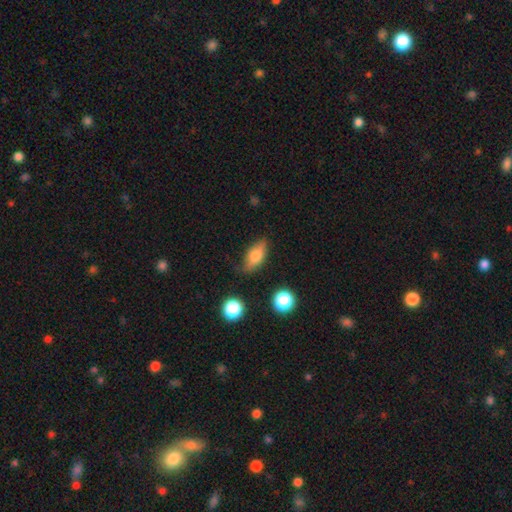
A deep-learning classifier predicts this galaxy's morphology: smooth_or_featured: smooth (p=0.70) [alt: featured or disk p=0.22]
how_rounded: in between (p=0.79) [alt: cigar-shaped p=0.15]
merging: none (p=0.73) [alt: minor disturbance p=0.20]